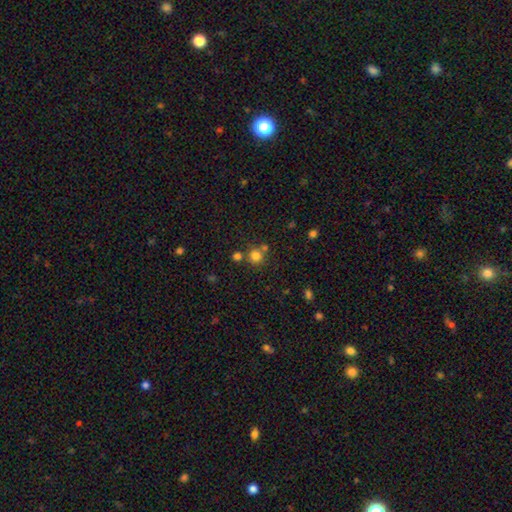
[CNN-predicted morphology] Q: Smooth or featured?
A: smooth (78%); runner-up: star or artifact (16%)
Q: How rounded?
A: round (91%); runner-up: in between (9%)
Q: Merging?
A: none (68%); runner-up: merger (20%)